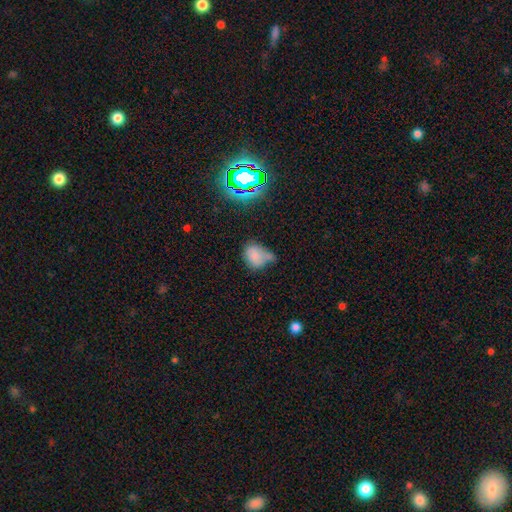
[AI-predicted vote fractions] Morphology: type=smooth (72%); roundness=in between (69%); merging=minor disturbance (29%).